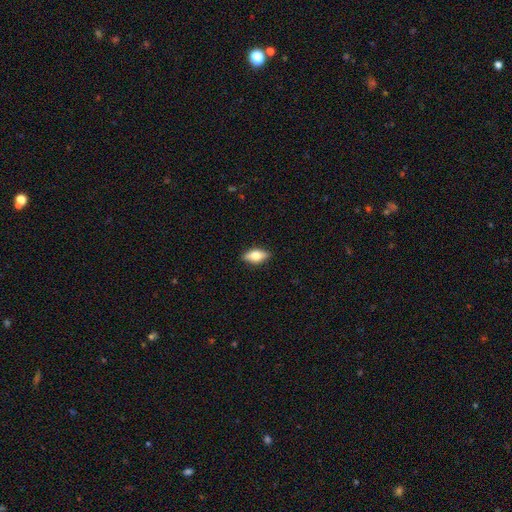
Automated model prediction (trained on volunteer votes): This is likely a smooth galaxy (66%). How rounded: clearly in between (82%). Merging: clearly none (88%).